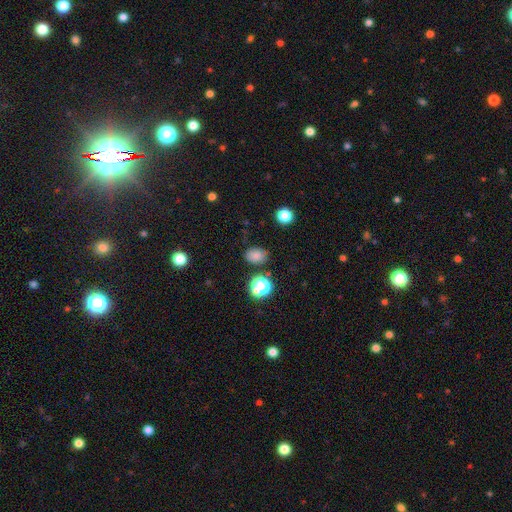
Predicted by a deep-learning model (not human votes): This is likely a smooth galaxy (79%). How rounded: likely in between (72%). Merging: clearly none (81%).